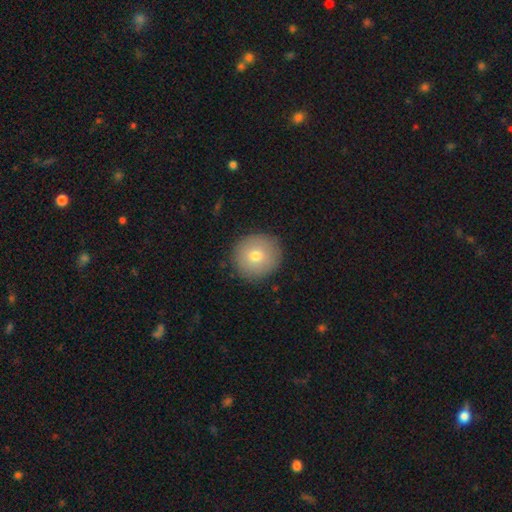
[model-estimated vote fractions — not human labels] Overall: smooth (74%). How rounded: round (95%). Merging: none (90%).